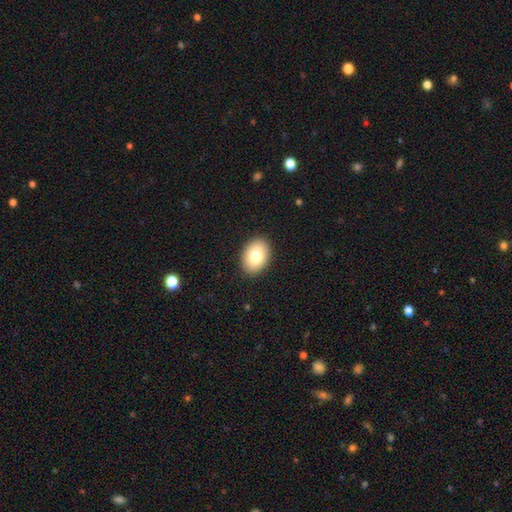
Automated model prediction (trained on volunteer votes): Smooth or featured?
  - smooth: 81% *
  - featured or disk: 11%
  - star or artifact: 8%
How rounded?
  - in between: 79% *
  - round: 20%
  - cigar-shaped: 1%
Merging?
  - none: 90% *
  - minor disturbance: 7%
  - major disturbance: 2%
  - merger: 1%